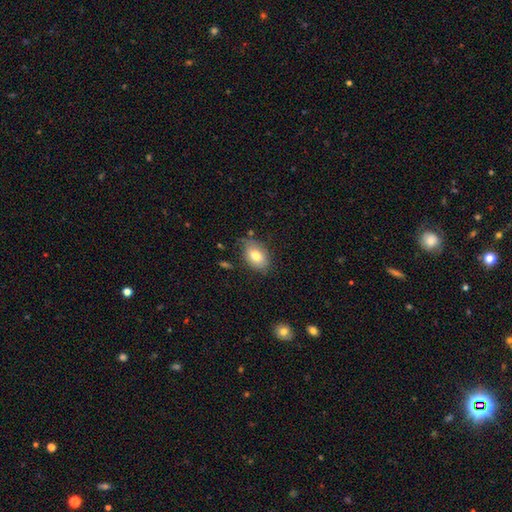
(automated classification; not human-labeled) Smooth or featured: smooth — 77% (featured or disk — 15%)
How rounded: in between — 86% (round — 12%)
Merging: none — 74% (minor disturbance — 20%)